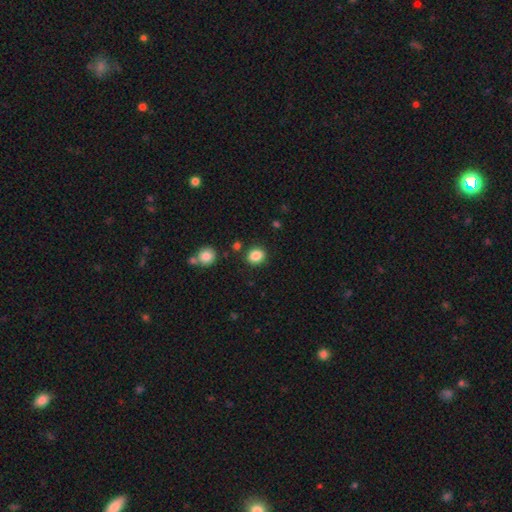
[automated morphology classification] smooth-or-featured: smooth: 86% | star or artifact: 10% | featured or disk: 4%
  how-rounded: round: 65% | in between: 34% | cigar-shaped: 1%
  merging: none: 86% | minor disturbance: 8% | merger: 3% | major disturbance: 3%